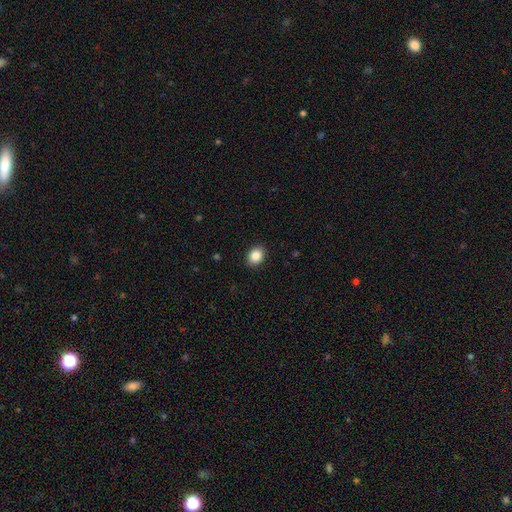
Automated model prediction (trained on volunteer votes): smooth_or_featured: smooth (p=0.87) [alt: star or artifact p=0.09]
how_rounded: in between (p=0.54) [alt: round p=0.45]
merging: none (p=0.90) [alt: minor disturbance p=0.07]